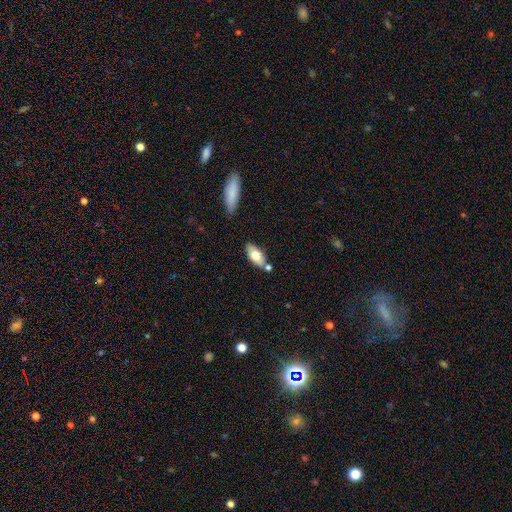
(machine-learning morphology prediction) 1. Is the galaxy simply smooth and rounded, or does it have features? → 70% smooth, 24% featured or disk, 6% star or artifact.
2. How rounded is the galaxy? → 85% in between, 12% cigar-shaped, 3% round.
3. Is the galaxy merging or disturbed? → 72% none, 14% minor disturbance, 11% merger, 3% major disturbance.